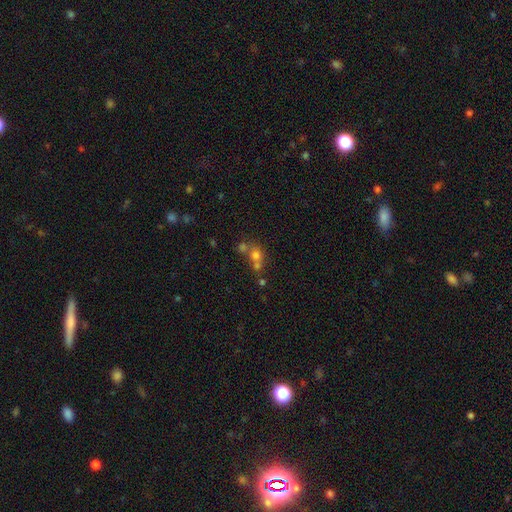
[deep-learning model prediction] This appears to be a smooth galaxy with no disk features (61%) that is round (77%). Merging: merger (49%).